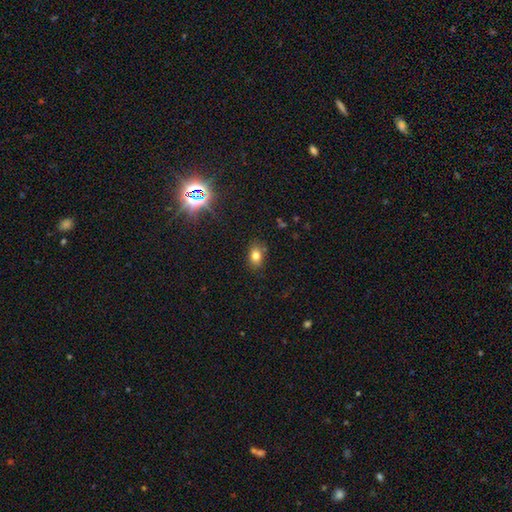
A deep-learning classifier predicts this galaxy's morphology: A smooth galaxy with no disk features (77%) that is in between round and cigar-shaped (76%). Merging: none (79%).